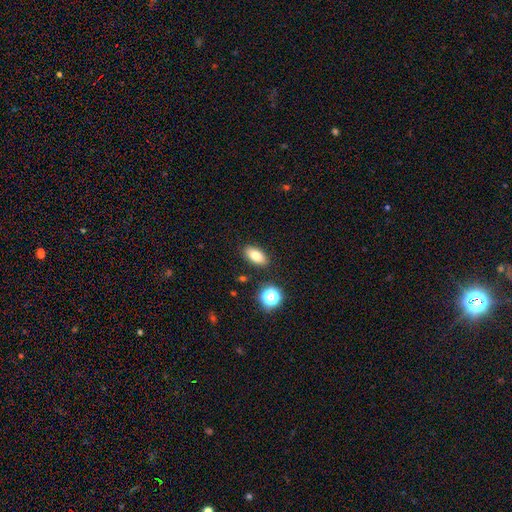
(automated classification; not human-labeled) This is likely a smooth galaxy (80%). How rounded: clearly in between (87%). Merging: clearly none (87%).